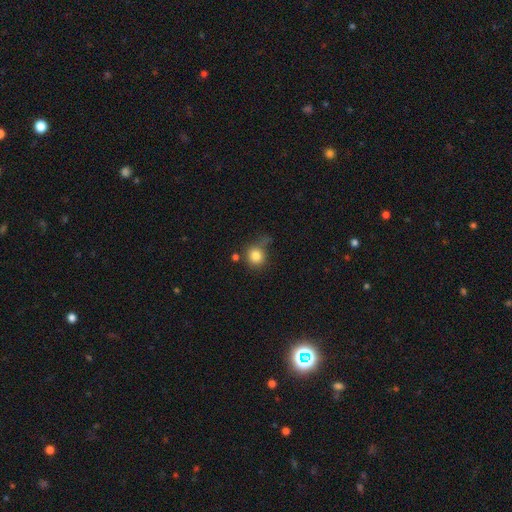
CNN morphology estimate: A smooth galaxy with no disk features (83%) that is round (87%).

Vote fractions:
- Smooth or featured? smooth: 83% / star or artifact: 10% / featured or disk: 7%
- How rounded? round: 87% / in between: 12% / cigar-shaped: 1%
- Merging? none: 58% / minor disturbance: 22% / major disturbance: 10% / merger: 9%